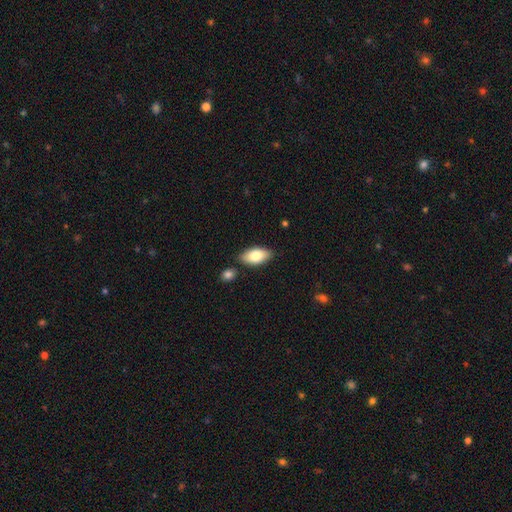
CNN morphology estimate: type=smooth (79%); roundness=in between (92%); merging=none (81%).